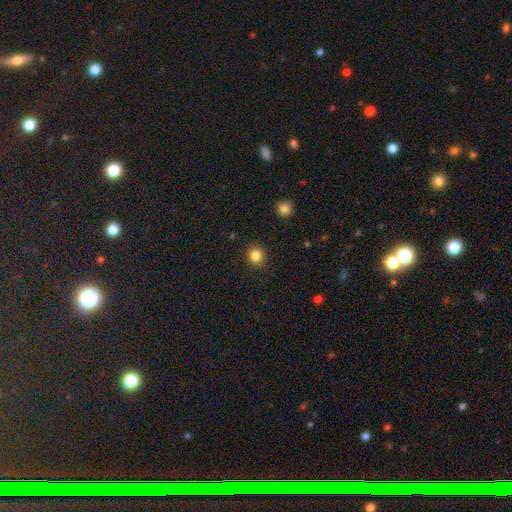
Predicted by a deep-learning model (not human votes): smooth 84%, star or artifact 11%, featured or disk 4%. Down the decision tree: how rounded — round (89%); merging — none (91%).